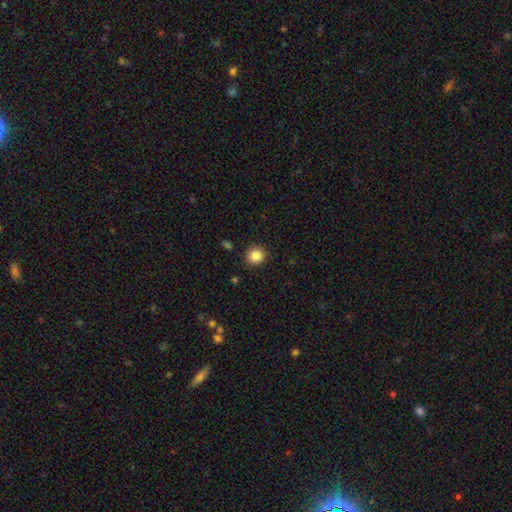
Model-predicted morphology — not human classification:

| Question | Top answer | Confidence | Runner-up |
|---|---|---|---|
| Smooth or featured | smooth | 87% | star or artifact (10%) |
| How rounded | round | 87% | in between (12%) |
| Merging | none | 88% | minor disturbance (8%) |